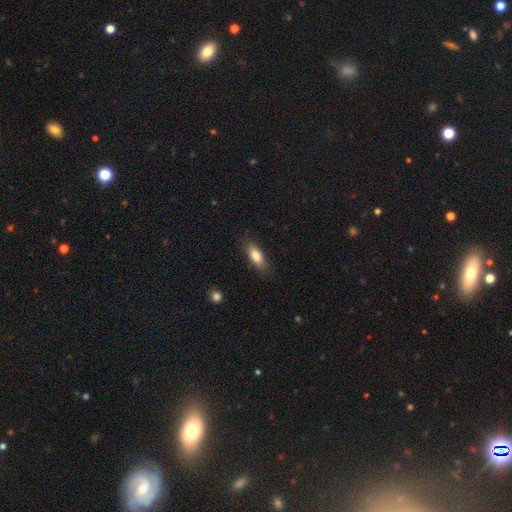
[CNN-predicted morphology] Smooth or featured: smooth — 80% (featured or disk — 13%)
How rounded: in between — 74% (cigar-shaped — 23%)
Merging: none — 80% (minor disturbance — 15%)